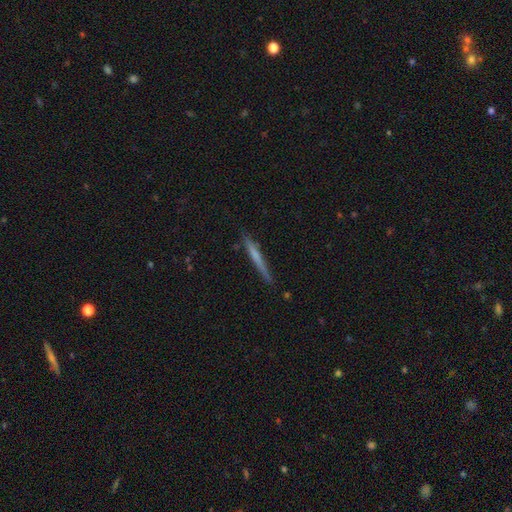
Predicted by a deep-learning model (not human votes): Morphology: type=smooth (51%); roundness=cigar-shaped (96%); merging=none (86%).